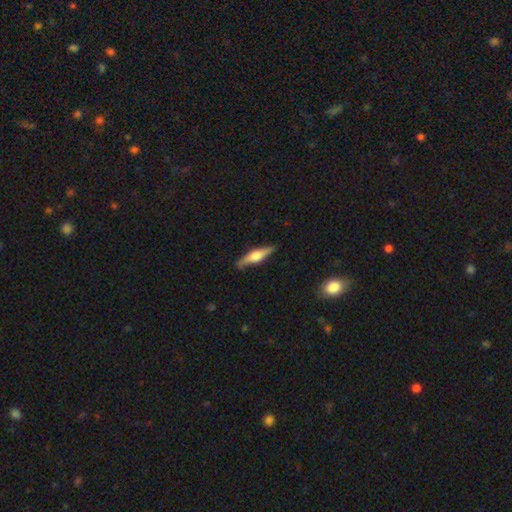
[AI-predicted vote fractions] featured or disk 62%, smooth 32%, star or artifact 5%. Down the decision tree: edge-on disk — yes (95%); edge-on bulge — rounded (84%); merging — none (86%).